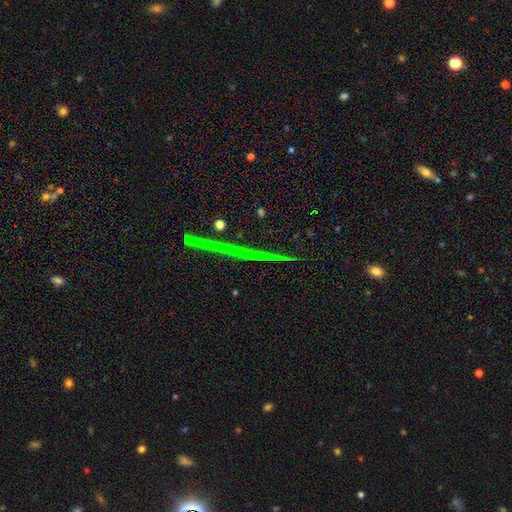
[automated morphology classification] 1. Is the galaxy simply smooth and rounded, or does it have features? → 76% star or artifact, 16% featured or disk, 8% smooth.